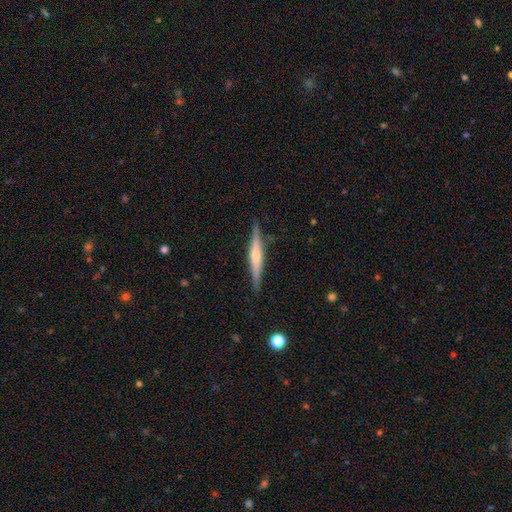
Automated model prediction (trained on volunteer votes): Overall: featured or disk (66%; smooth 28%). Edge-on disk: yes (97%). Edge-on bulge: rounded (78%). Merging: none (87%).